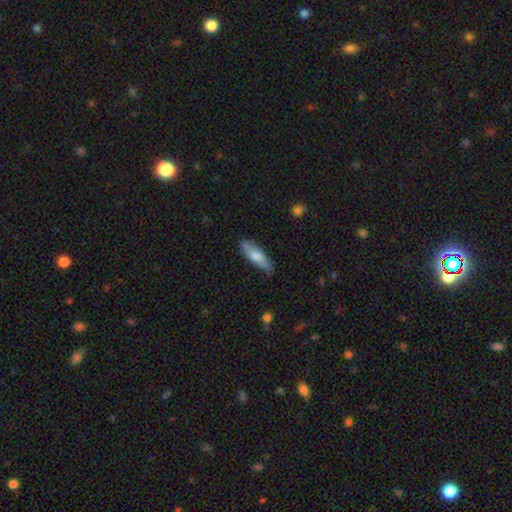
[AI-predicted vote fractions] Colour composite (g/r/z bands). It shows a smooth galaxy with no disk features (63%) that is cigar-shaped (62%). Merging: none (82%).